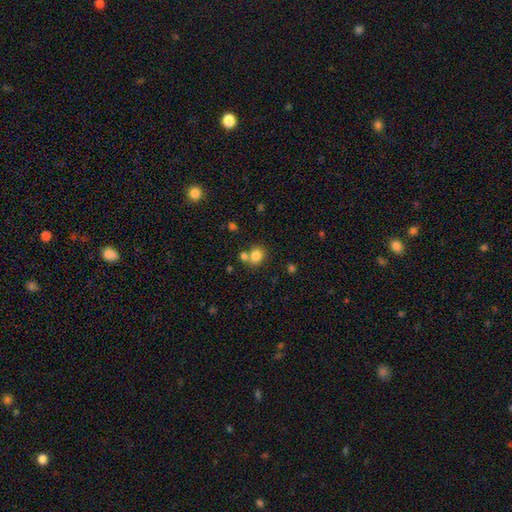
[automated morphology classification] This is clearly a smooth galaxy (81%). How rounded: likely round (70%). Merging: possibly none (60%).